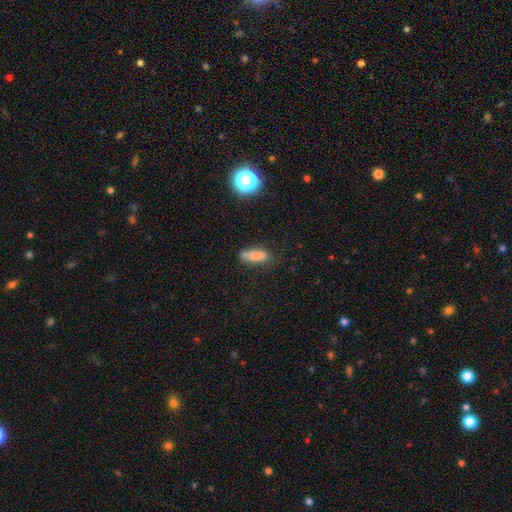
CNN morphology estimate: smooth 80%, featured or disk 10%, star or artifact 10%. Down the decision tree: how rounded — in between (55%); merging — none (70%).